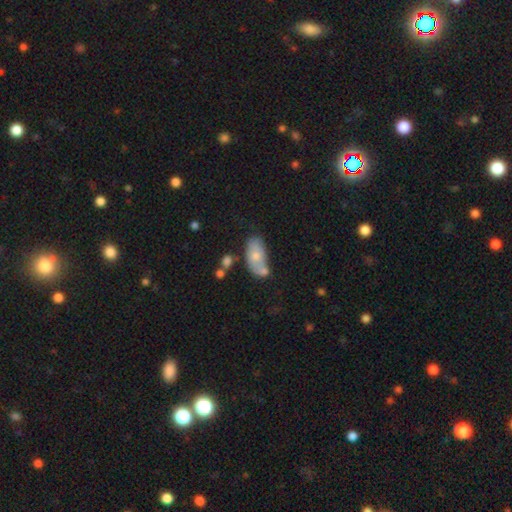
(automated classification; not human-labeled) This is likely a smooth galaxy (65%). How rounded: clearly in between (91%). Merging: marginally none (40%).